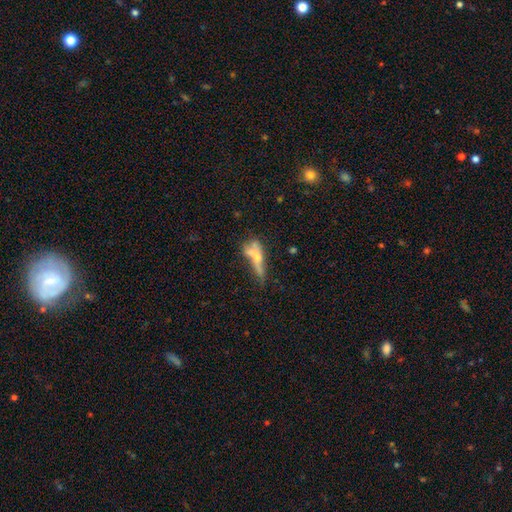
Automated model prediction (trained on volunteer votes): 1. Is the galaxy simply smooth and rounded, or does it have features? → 45% smooth, 42% featured or disk, 12% star or artifact.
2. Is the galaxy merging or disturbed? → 40% merger, 24% none, 20% major disturbance, 15% minor disturbance.